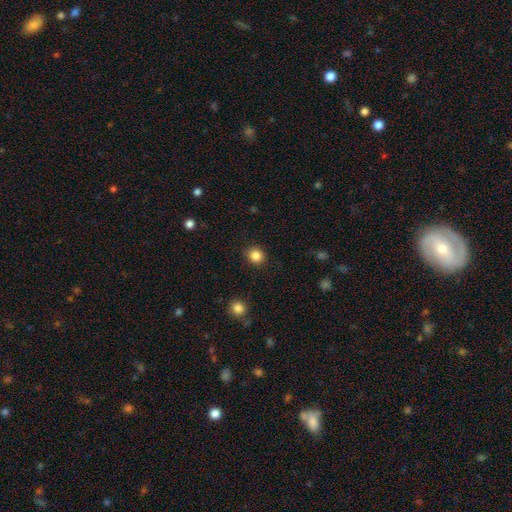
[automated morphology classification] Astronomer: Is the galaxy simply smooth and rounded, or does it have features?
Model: smooth — 86%.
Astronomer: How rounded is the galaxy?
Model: round — 83%.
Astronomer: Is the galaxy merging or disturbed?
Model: none — 90%.